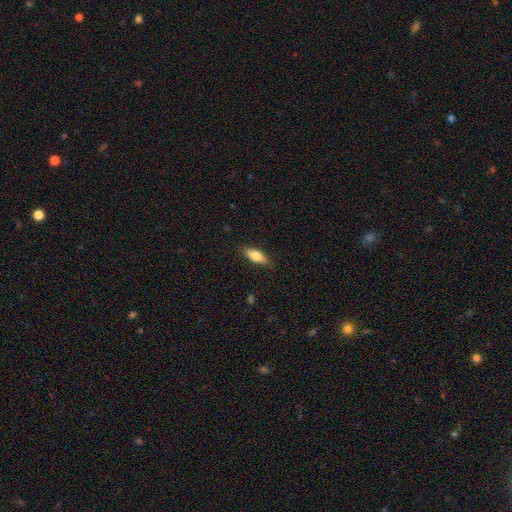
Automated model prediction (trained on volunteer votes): Q: Smooth or featured?
A: smooth (76%); runner-up: featured or disk (17%)
Q: How rounded?
A: in between (69%); runner-up: cigar-shaped (29%)
Q: Merging?
A: none (86%); runner-up: minor disturbance (10%)